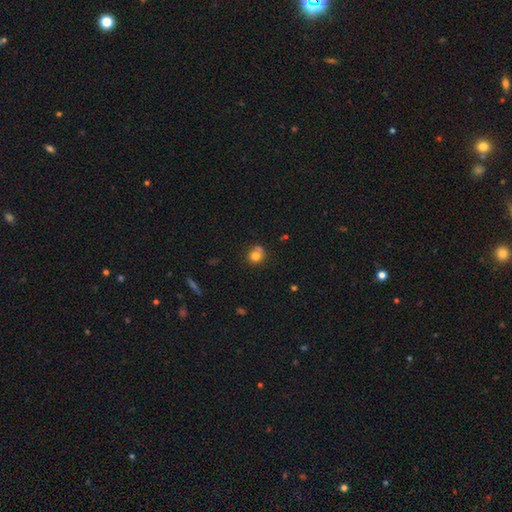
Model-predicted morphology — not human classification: A smooth galaxy with no disk features (78%) that is round (79%).

Vote fractions:
- Smooth or featured? smooth: 78% / star or artifact: 11% / featured or disk: 11%
- How rounded? round: 79% / in between: 20% / cigar-shaped: 1%
- Merging? none: 57% / minor disturbance: 20% / merger: 16% / major disturbance: 7%